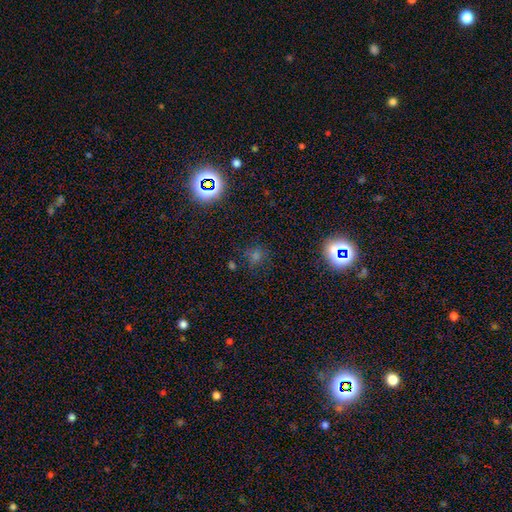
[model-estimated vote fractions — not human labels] The model was most divided on "smooth or featured": star or artifact: 49%, smooth: 43%, featured or disk: 8%.